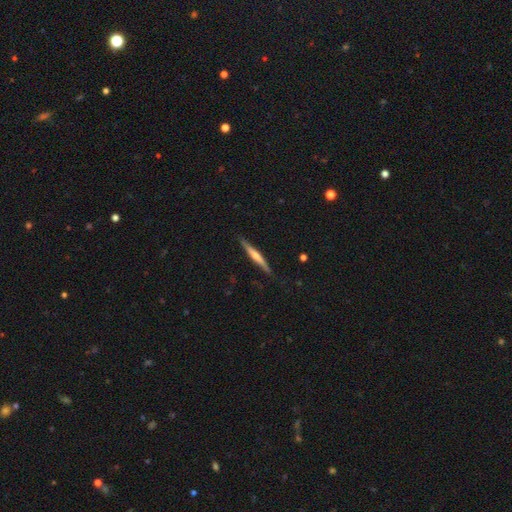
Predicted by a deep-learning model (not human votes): Smooth or featured?
  - featured or disk: 58% *
  - smooth: 36%
  - star or artifact: 5%
Edge-on disk?
  - yes: 97% *
  - no: 3%
Edge-on bulge?
  - rounded: 62% *
  - none: 26%
  - boxy: 11%
Merging?
  - none: 86% *
  - minor disturbance: 11%
  - major disturbance: 2%
  - merger: 1%